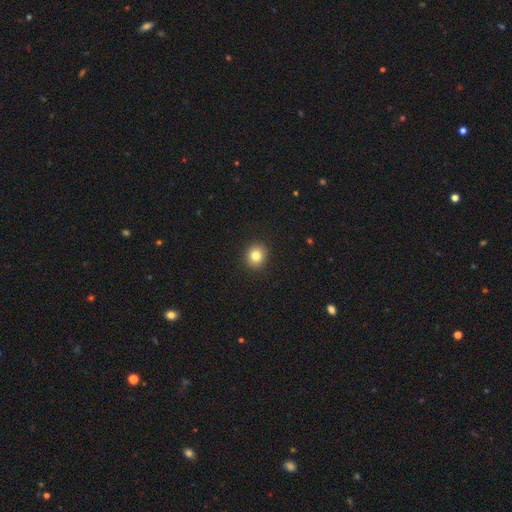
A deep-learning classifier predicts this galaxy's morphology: Smooth or featured? smooth (82%)
How rounded? round (81%)
Merging? none (91%)